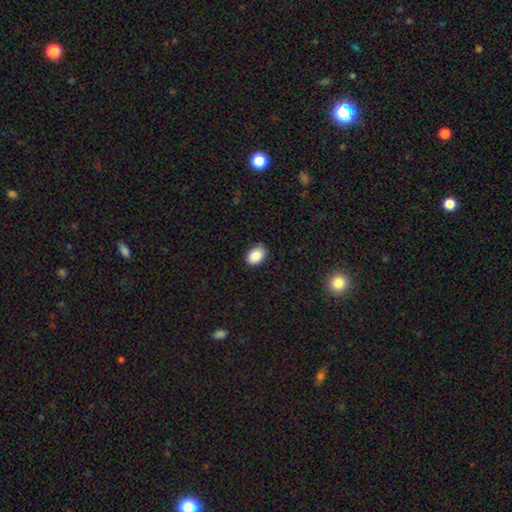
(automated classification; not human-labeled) smooth 88%, star or artifact 8%, featured or disk 4%. Down the decision tree: how rounded — in between (76%); merging — none (84%).